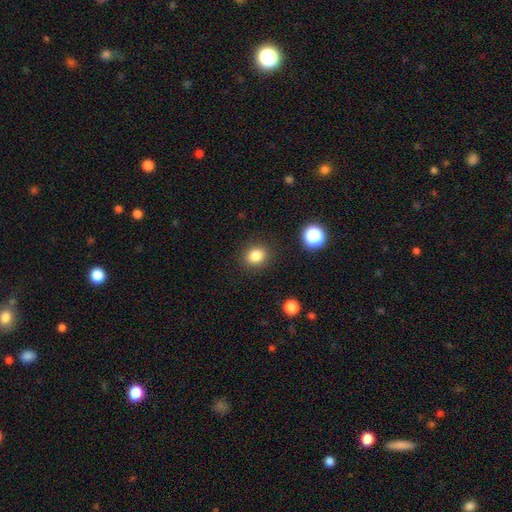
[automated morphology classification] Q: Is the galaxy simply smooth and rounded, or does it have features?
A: smooth — 83%.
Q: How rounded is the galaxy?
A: round — 70%.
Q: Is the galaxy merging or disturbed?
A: none — 89%.